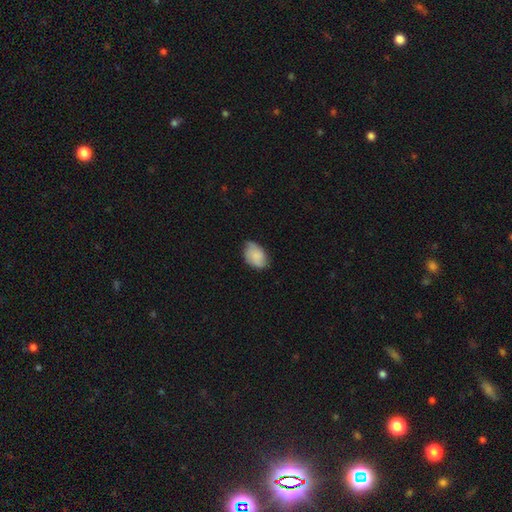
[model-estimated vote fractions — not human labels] A smooth galaxy with no disk features (75%) that is in between round and cigar-shaped (86%). Merging: none (62%).